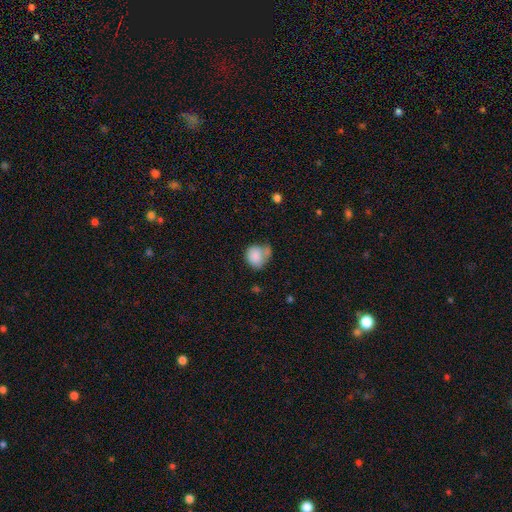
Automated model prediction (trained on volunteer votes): Overall: smooth (82%). How rounded: round (67%; in between 32%). Merging: none (35%; minor disturbance 27%).